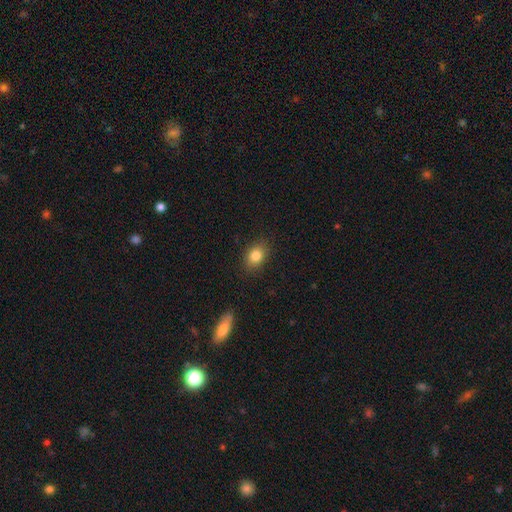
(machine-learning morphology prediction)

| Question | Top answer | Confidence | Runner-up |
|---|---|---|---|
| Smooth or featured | smooth | 83% | star or artifact (10%) |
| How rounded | in between | 69% | round (29%) |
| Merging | none | 86% | minor disturbance (10%) |